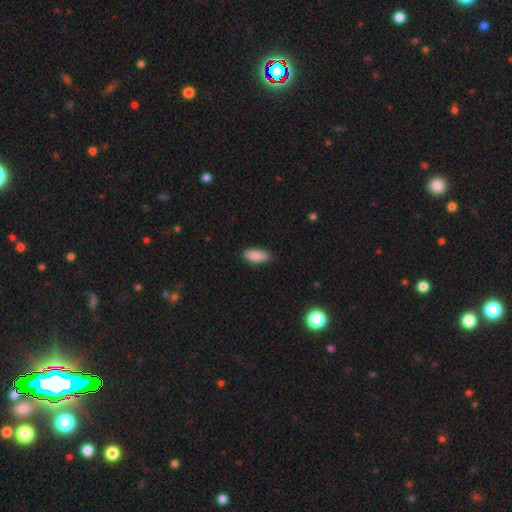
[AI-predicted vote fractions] smooth-or-featured: smooth: 89% | star or artifact: 7% | featured or disk: 5%
  how-rounded: in between: 82% | cigar-shaped: 16% | round: 2%
  merging: none: 84% | minor disturbance: 13% | major disturbance: 2% | merger: 1%